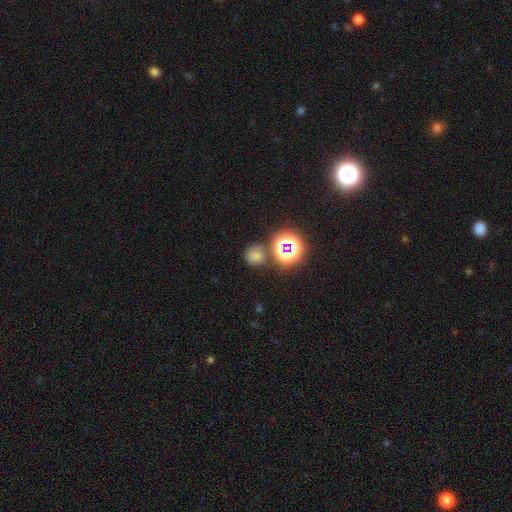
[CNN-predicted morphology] Q: Smooth or featured?
A: smooth (62%); runner-up: star or artifact (29%)
Q: How rounded?
A: round (75%); runner-up: in between (24%)
Q: Merging?
A: none (63%); runner-up: merger (16%)